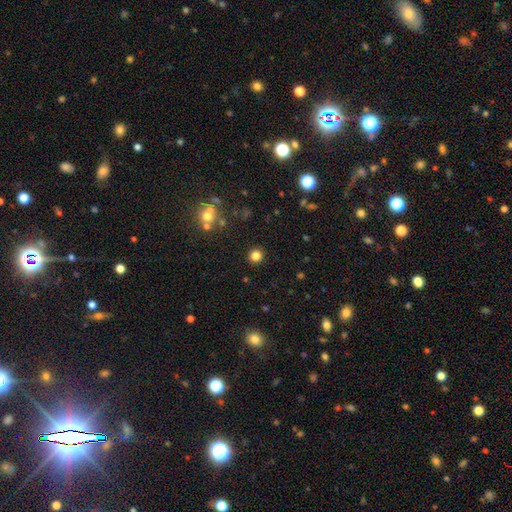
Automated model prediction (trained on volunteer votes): smooth-or-featured: smooth: 81% | star or artifact: 14% | featured or disk: 5%
  how-rounded: round: 91% | in between: 8% | cigar-shaped: 1%
  merging: none: 91% | minor disturbance: 5% | major disturbance: 2% | merger: 2%